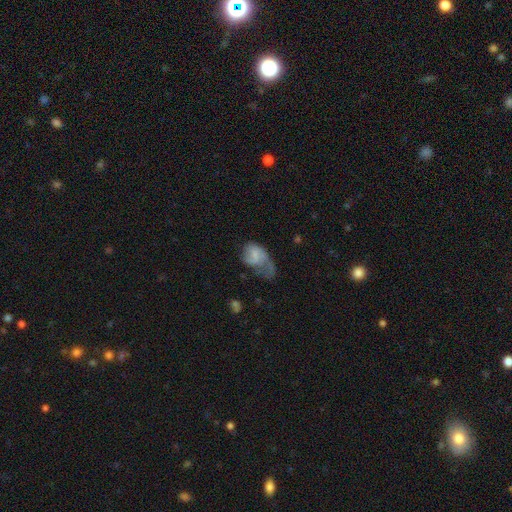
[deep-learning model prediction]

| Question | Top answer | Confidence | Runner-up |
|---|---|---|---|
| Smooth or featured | smooth | 47% | featured or disk (44%) |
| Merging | major disturbance | 55% | minor disturbance (23%) |